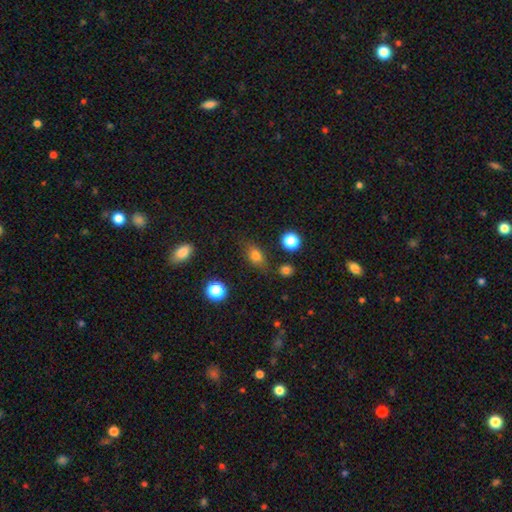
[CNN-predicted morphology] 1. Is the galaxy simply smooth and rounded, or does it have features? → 77% smooth, 12% star or artifact, 11% featured or disk.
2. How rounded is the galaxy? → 72% in between, 24% round, 5% cigar-shaped.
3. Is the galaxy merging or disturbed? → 75% none, 16% minor disturbance, 5% major disturbance, 4% merger.